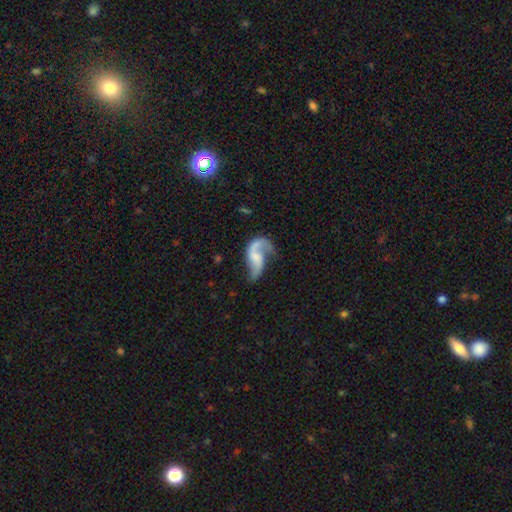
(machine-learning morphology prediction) This appears to be a featured or disk galaxy (80%) with no bar (50%), 2 (77%) loose (78%) spiral arms (92%) and a small central bulge (38%). Merging: none (44%).